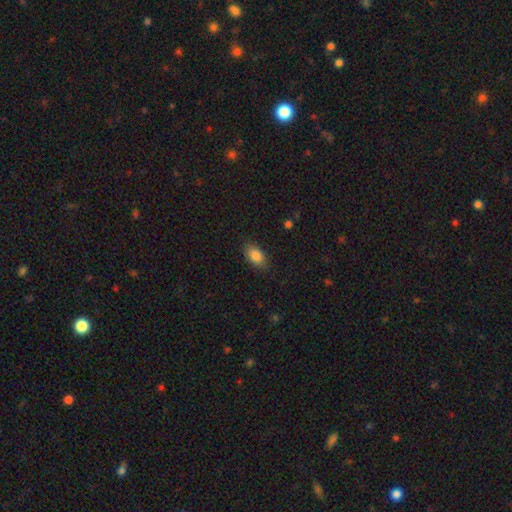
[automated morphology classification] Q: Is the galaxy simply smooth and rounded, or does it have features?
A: smooth — 86%.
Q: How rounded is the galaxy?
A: in between — 90%.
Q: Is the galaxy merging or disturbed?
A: none — 85%.